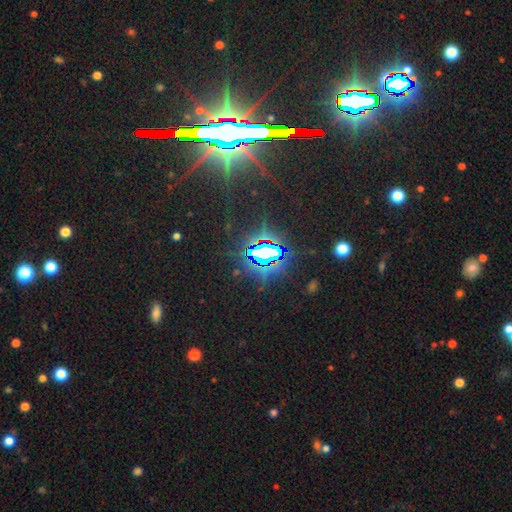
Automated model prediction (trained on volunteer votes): Smooth or featured? star or artifact (83%)